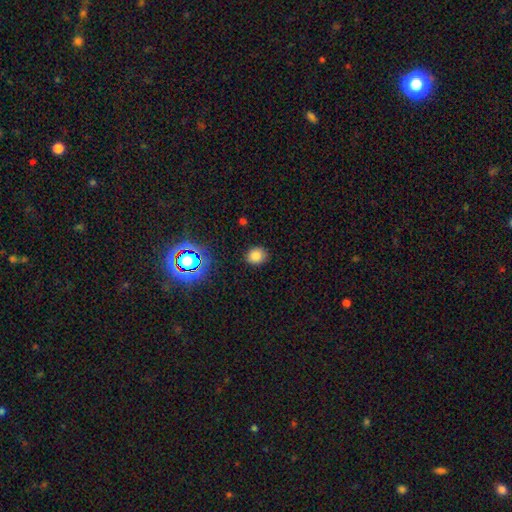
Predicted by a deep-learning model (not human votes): Morphology: type=smooth (79%); roundness=round (67%); merging=none (86%).